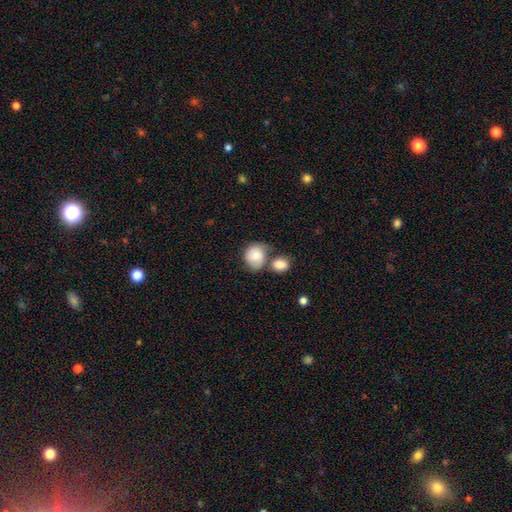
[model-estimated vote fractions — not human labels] smooth-or-featured: smooth: 79% | featured or disk: 13% | star or artifact: 7%
  how-rounded: round: 66% | in between: 34% | cigar-shaped: 1%
  merging: none: 40% | merger: 37% | minor disturbance: 17% | major disturbance: 7%